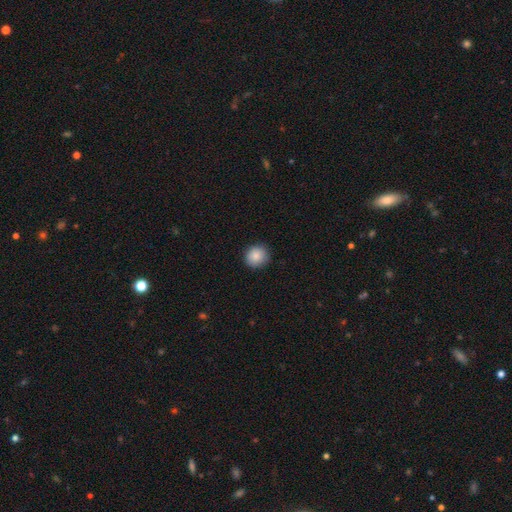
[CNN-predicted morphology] Smooth or featured? Predicted: smooth (p=0.87). How rounded? Predicted: round (p=0.86). Merging? Predicted: none (p=0.88).